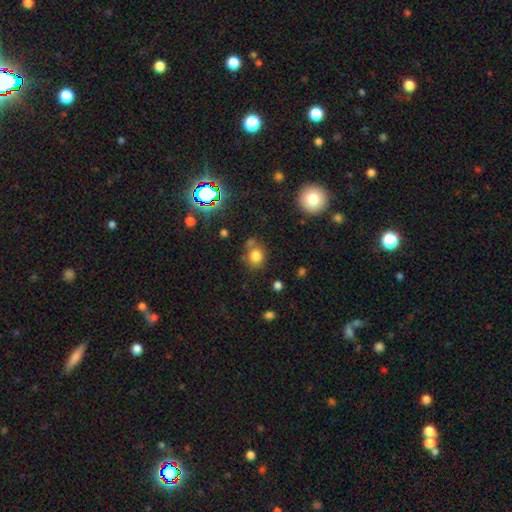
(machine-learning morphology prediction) Smooth or featured? smooth (77%)
How rounded? round (72%)
Merging? none (64%)